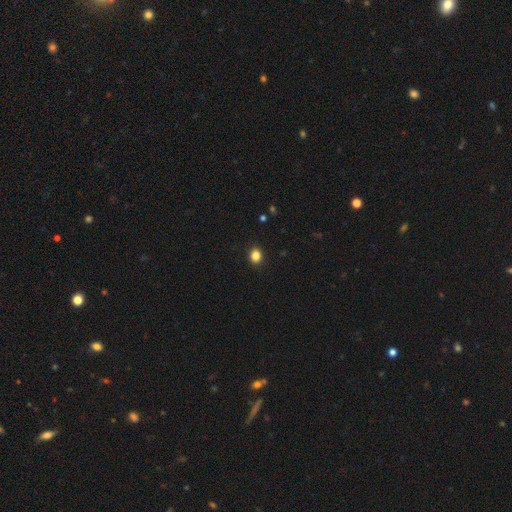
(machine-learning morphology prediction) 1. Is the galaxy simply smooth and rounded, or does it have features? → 85% smooth, 11% star or artifact, 4% featured or disk.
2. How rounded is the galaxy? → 56% round, 43% in between, 1% cigar-shaped.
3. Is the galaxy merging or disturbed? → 91% none, 6% minor disturbance, 2% major disturbance, 1% merger.